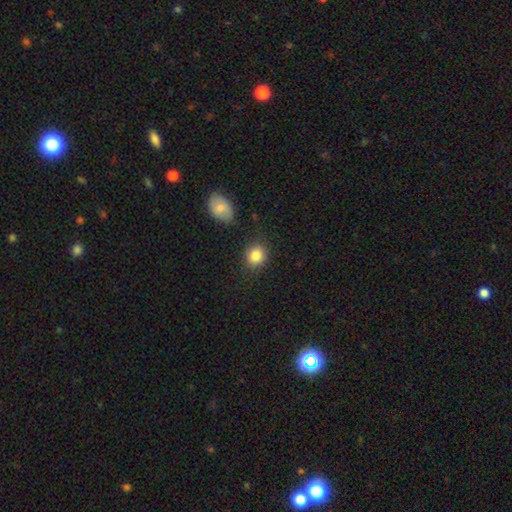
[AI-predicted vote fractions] smooth-or-featured: smooth: 85% | star or artifact: 9% | featured or disk: 6%
  how-rounded: round: 72% | in between: 27% | cigar-shaped: 1%
  merging: none: 83% | minor disturbance: 10% | merger: 3% | major disturbance: 3%